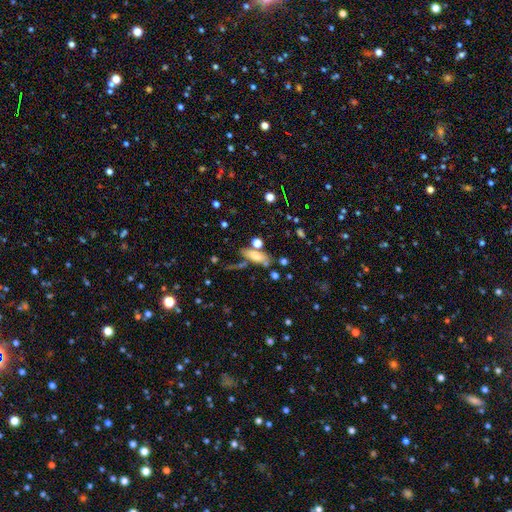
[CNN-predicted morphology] The model was most divided on "smooth or featured": smooth: 61%, featured or disk: 29%, star or artifact: 10%. More confident: how rounded — in between (63%); merging — none (54%).